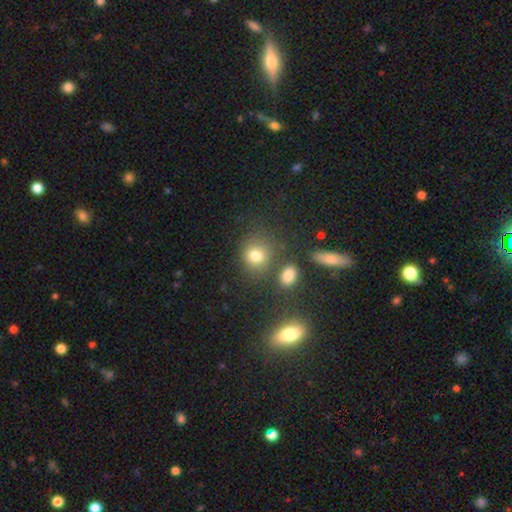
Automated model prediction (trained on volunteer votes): Smooth or featured? Predicted: smooth (p=0.76). How rounded? Predicted: round (p=0.76). Merging? Predicted: none (p=0.69).